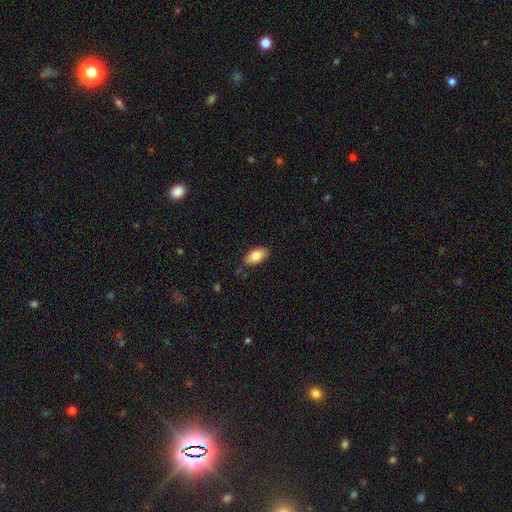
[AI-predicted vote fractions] smooth_or_featured: smooth (p=0.80) [alt: featured or disk p=0.13]
how_rounded: in between (p=0.93) [alt: round p=0.04]
merging: none (p=0.85) [alt: minor disturbance p=0.11]